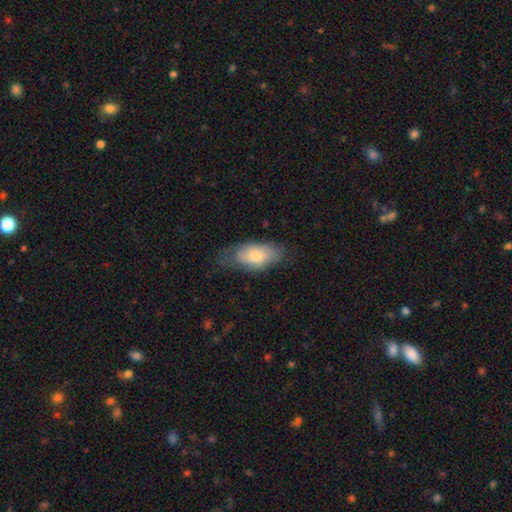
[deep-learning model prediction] The model was most divided on "merging": none: 59%, minor disturbance: 30%, major disturbance: 9%, merger: 1%. More confident: how rounded — in between (90%); smooth or featured — smooth (74%).